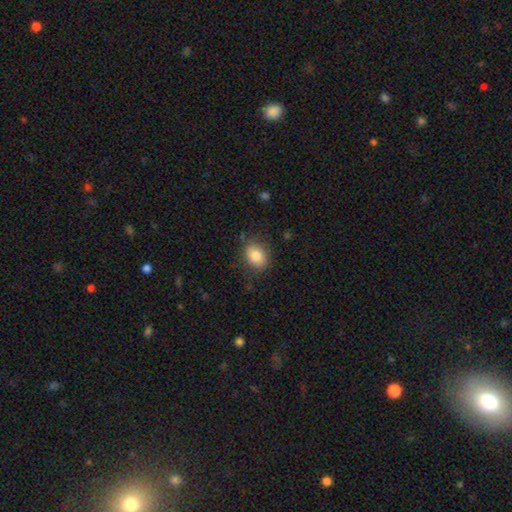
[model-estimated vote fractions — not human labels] smooth 83%, featured or disk 9%, star or artifact 9%. Down the decision tree: how rounded — in between (61%); merging — none (81%).